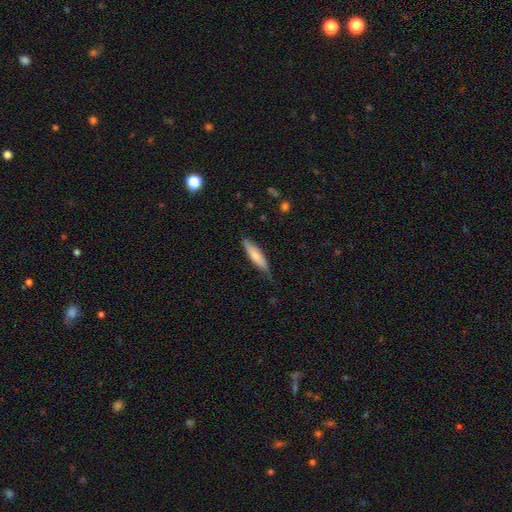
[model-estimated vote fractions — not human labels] A smooth galaxy with no disk features (71%) that is cigar-shaped (72%). Merging: none (73%).